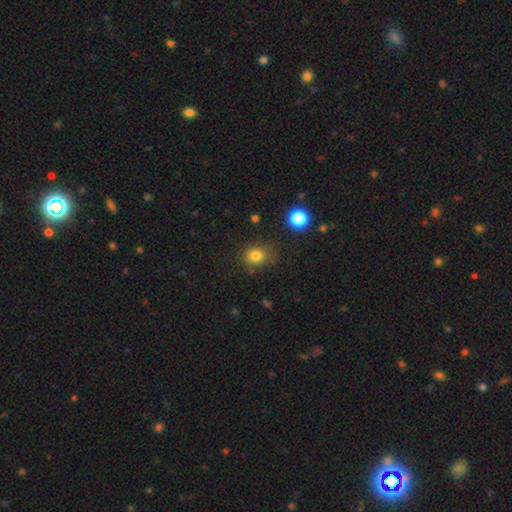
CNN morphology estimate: smooth-or-featured: smooth: 81% | star or artifact: 13% | featured or disk: 6%
  how-rounded: round: 62% | in between: 37% | cigar-shaped: 1%
  merging: none: 73% | minor disturbance: 18% | major disturbance: 6% | merger: 3%